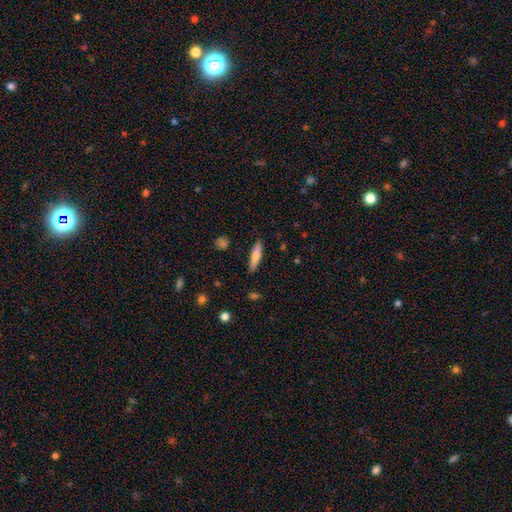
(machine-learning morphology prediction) Smooth or featured? Predicted: smooth (p=0.76). How rounded? Predicted: cigar-shaped (p=0.78). Merging? Predicted: none (p=0.87).